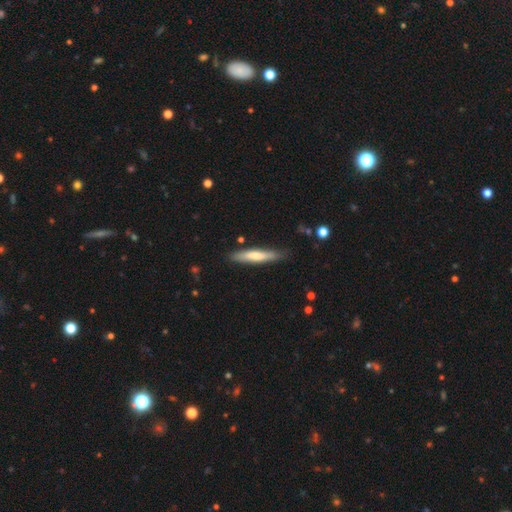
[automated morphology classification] A smooth galaxy with no disk features (65%) that is cigar-shaped (89%). Merging: none (81%).